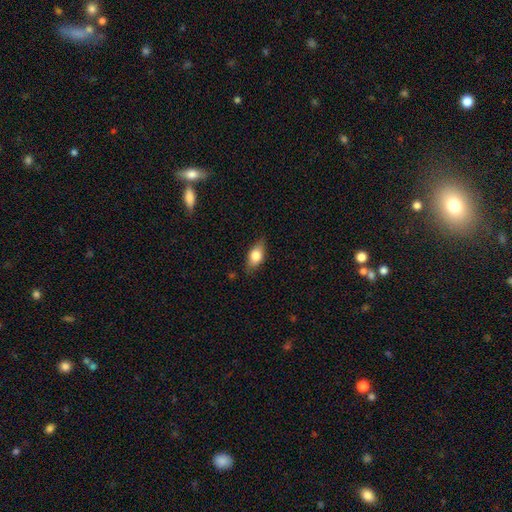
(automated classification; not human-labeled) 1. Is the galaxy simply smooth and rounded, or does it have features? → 71% smooth, 21% featured or disk, 7% star or artifact.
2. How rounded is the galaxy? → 83% in between, 9% cigar-shaped, 8% round.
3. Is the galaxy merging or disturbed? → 80% none, 15% minor disturbance, 3% major disturbance, 1% merger.